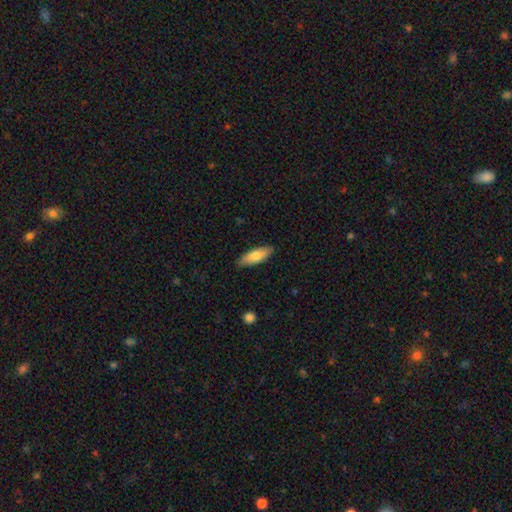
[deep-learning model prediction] A smooth galaxy with no disk features (78%) that is in between round and cigar-shaped (65%). Merging: none (86%).